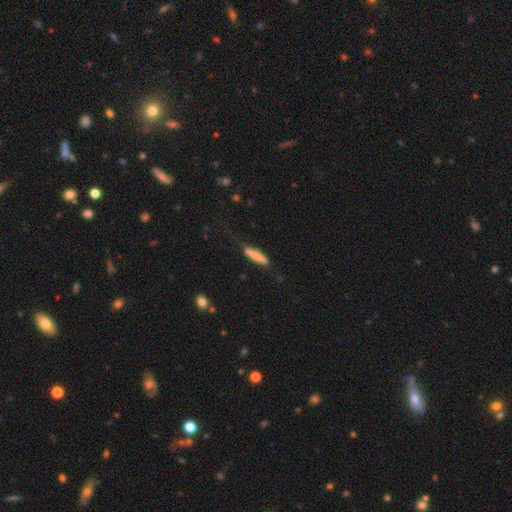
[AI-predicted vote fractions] smooth 79%, featured or disk 15%, star or artifact 6%. Down the decision tree: how rounded — cigar-shaped (84%); merging — none (64%).